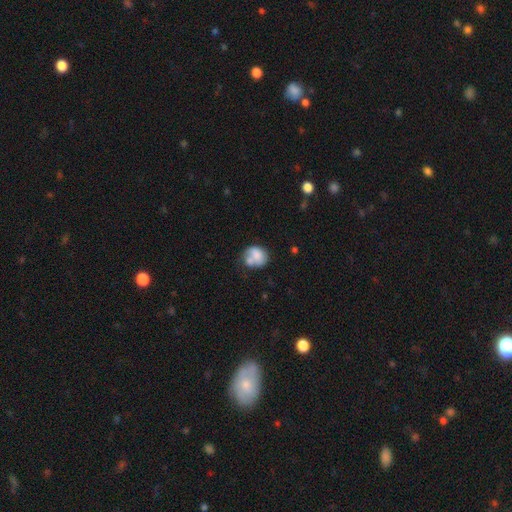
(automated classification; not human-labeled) smooth 68%, featured or disk 24%, star or artifact 8%. Down the decision tree: how rounded — round (55%); merging — merger (40%).